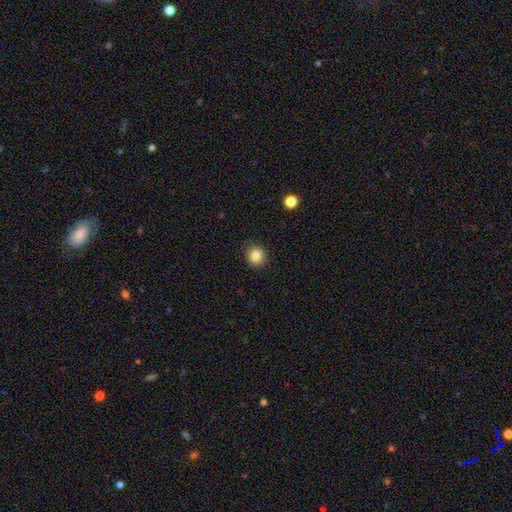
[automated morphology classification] smooth-or-featured: smooth: 83% | star or artifact: 11% | featured or disk: 6%
  how-rounded: round: 88% | in between: 11% | cigar-shaped: 1%
  merging: none: 88% | minor disturbance: 8% | major disturbance: 2% | merger: 1%